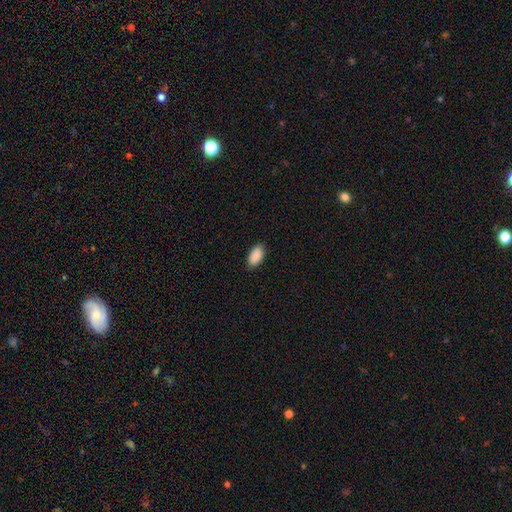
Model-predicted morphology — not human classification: A smooth galaxy with no disk features (91%) that is in between round and cigar-shaped (94%). Merging: none (86%).